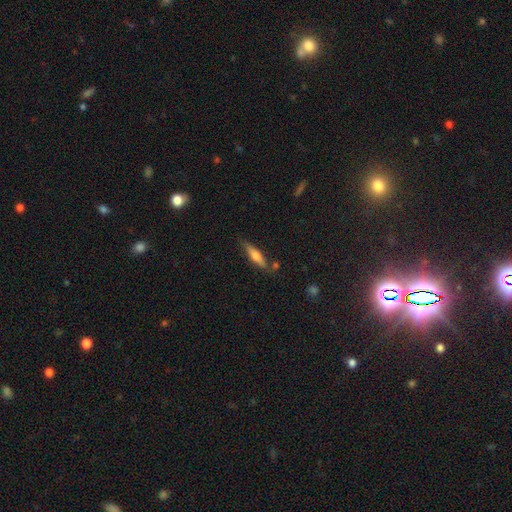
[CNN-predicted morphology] Smooth or featured? smooth (57%)
How rounded? cigar-shaped (72%)
Merging? none (75%)